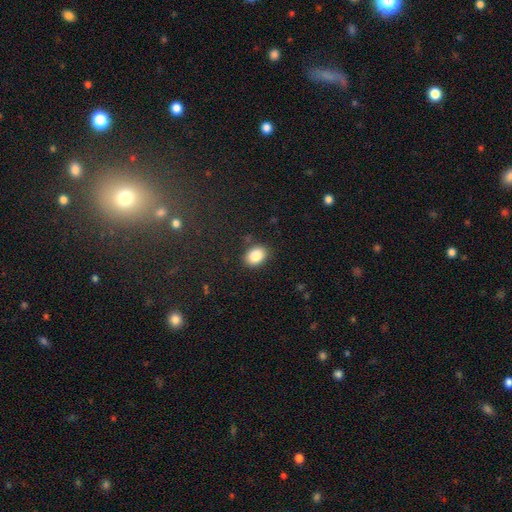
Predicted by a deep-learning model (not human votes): smooth 86%, star or artifact 9%, featured or disk 5%. Down the decision tree: how rounded — in between (69%); merging — none (85%).